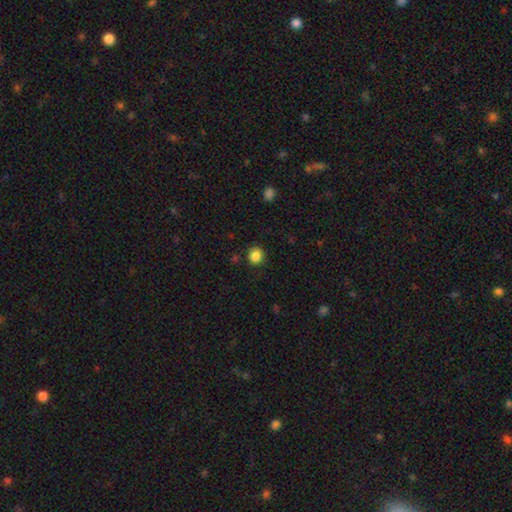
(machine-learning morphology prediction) smooth-or-featured: smooth: 86% | star or artifact: 10% | featured or disk: 4%
  how-rounded: round: 80% | in between: 19% | cigar-shaped: 1%
  merging: none: 89% | minor disturbance: 7% | major disturbance: 2% | merger: 1%